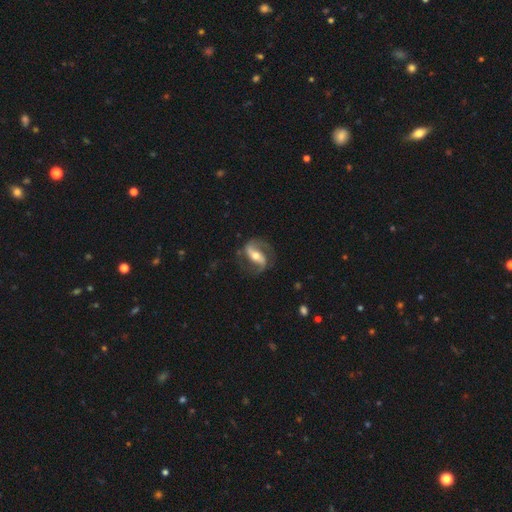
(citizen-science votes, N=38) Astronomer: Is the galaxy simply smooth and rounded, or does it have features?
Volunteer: featured or disk — 89%.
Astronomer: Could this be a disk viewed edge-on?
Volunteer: no — 94%.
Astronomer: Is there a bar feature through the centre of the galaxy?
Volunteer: strong — 41%, tied with weak at 41%.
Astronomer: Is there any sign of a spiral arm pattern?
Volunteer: yes — 100%.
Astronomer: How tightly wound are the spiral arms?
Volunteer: loose — 53% (runner-up: medium, 31%).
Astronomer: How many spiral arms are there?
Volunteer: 2 — 94%.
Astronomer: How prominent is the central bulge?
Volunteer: moderate — 59%.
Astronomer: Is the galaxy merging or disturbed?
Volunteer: none — 68%.